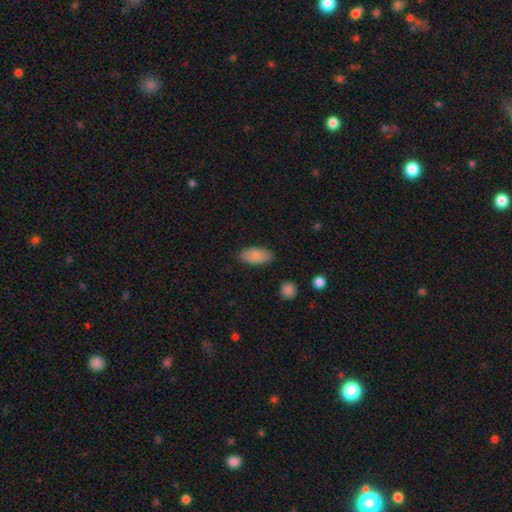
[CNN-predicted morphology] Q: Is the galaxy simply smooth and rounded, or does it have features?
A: smooth — 80%.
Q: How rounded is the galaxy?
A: in between — 92%.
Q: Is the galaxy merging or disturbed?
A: none — 81%.